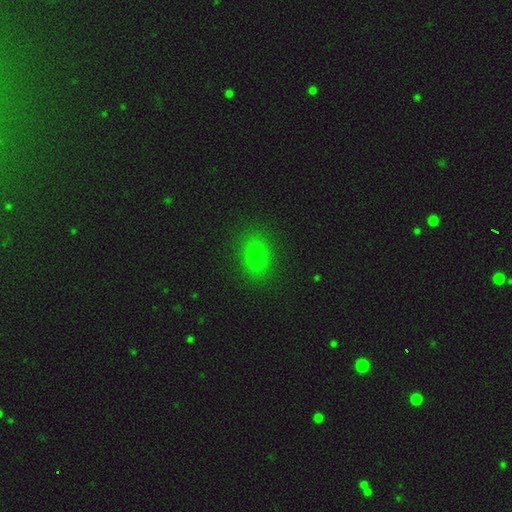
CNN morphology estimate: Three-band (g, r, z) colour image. It shows a smooth galaxy with no disk features (76%) that is in between round and cigar-shaped (76%). Merging: none (84%).